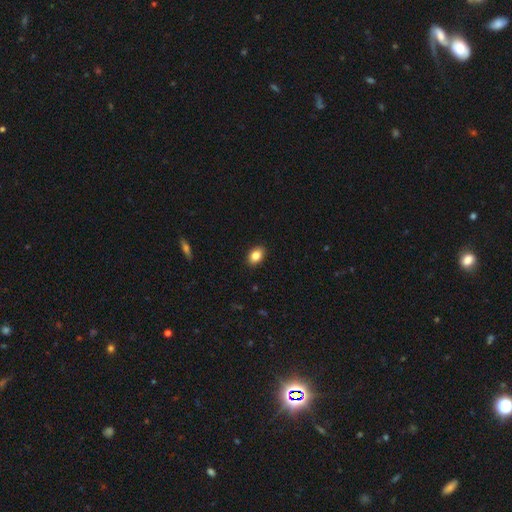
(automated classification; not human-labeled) Smooth or featured: smooth — 84% (star or artifact — 9%)
How rounded: in between — 79% (round — 19%)
Merging: none — 90% (minor disturbance — 8%)